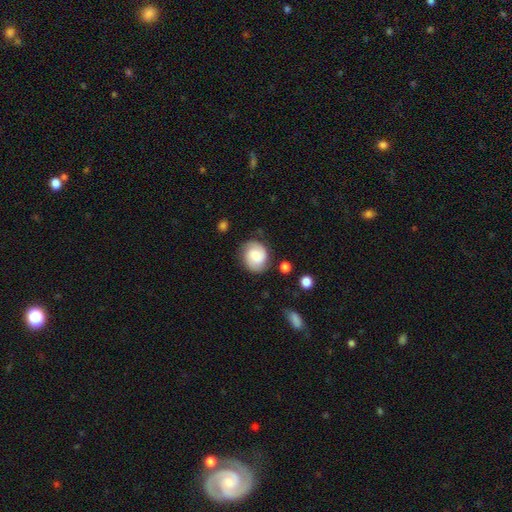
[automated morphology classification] Smooth or featured: smooth — 51% (featured or disk — 41%)
How rounded: round — 70% (in between — 29%)
Merging: none — 77% (minor disturbance — 15%)